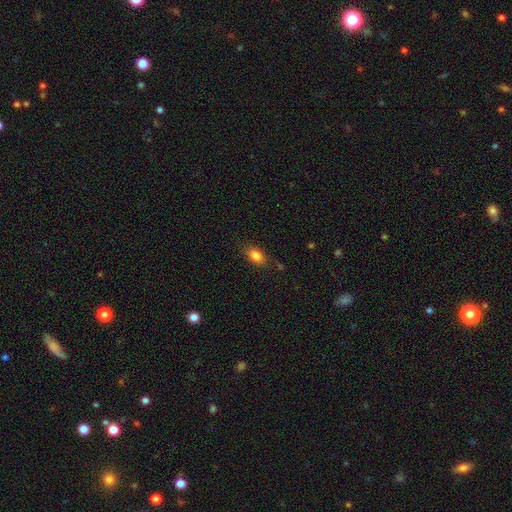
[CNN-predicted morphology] This is clearly a smooth galaxy (84%). How rounded: clearly in between (84%). Merging: likely none (79%).